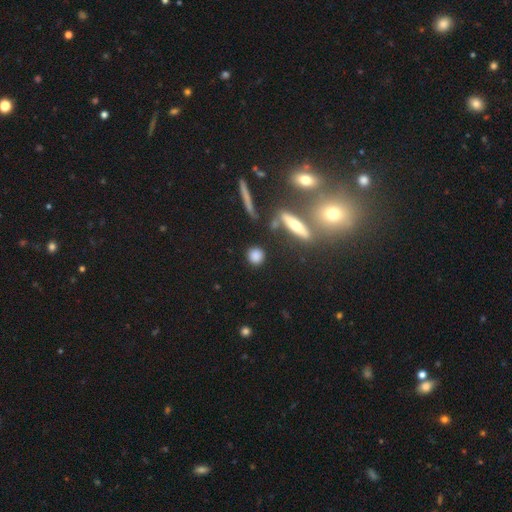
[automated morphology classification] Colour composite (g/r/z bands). It shows a smooth galaxy with no disk features (81%) that is round (81%). Merging: none (82%).